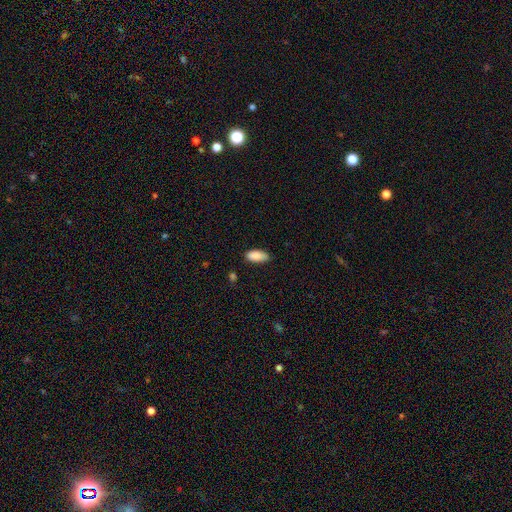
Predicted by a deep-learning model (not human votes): This is clearly a smooth galaxy (89%). How rounded: clearly in between (89%). Merging: clearly none (82%).